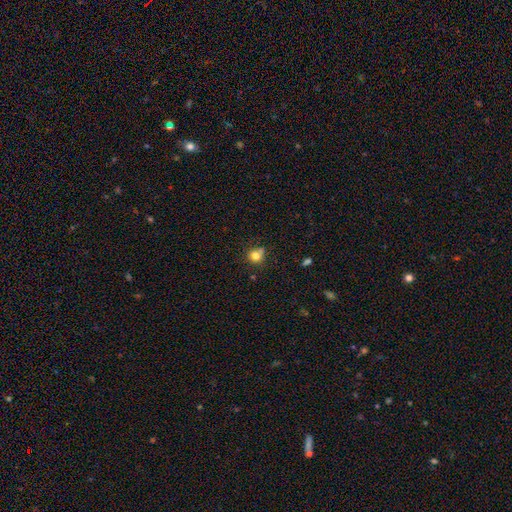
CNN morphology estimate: Smooth or featured? Predicted: smooth (p=0.79). How rounded? Predicted: round (p=0.87). Merging? Predicted: none (p=0.64).